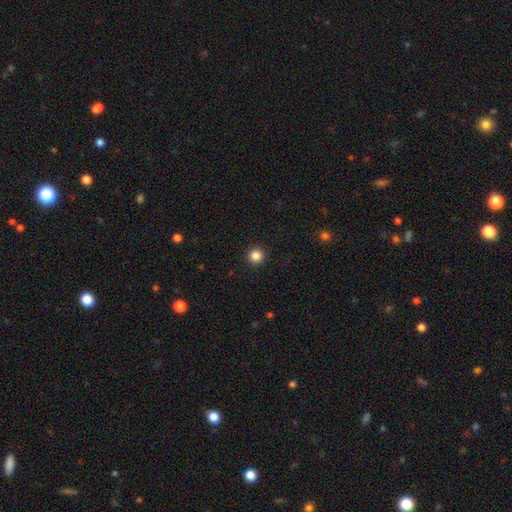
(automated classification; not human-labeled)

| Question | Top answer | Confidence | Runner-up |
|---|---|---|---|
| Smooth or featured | smooth | 85% | star or artifact (11%) |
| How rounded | round | 96% | in between (3%) |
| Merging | none | 93% | minor disturbance (4%) |